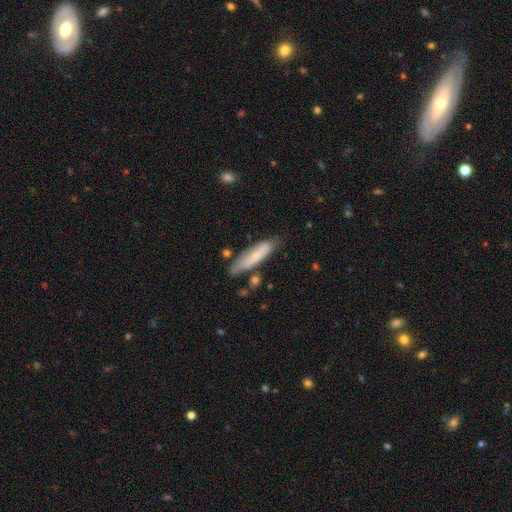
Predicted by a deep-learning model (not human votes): A smooth galaxy with no disk features (65%) that is cigar-shaped (76%). Merging: none (69%).